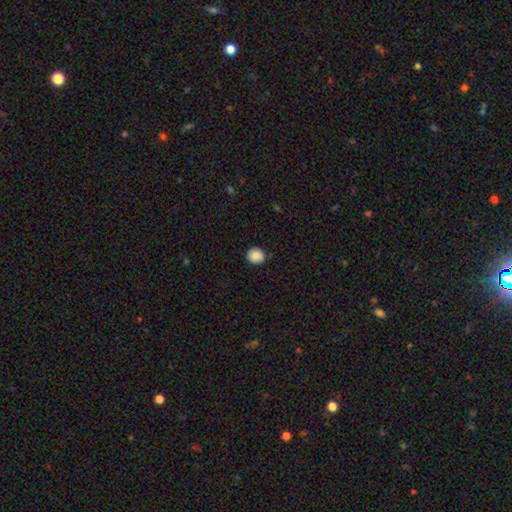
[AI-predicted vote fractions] Morphology: type=smooth (88%); roundness=round (81%); merging=none (86%).